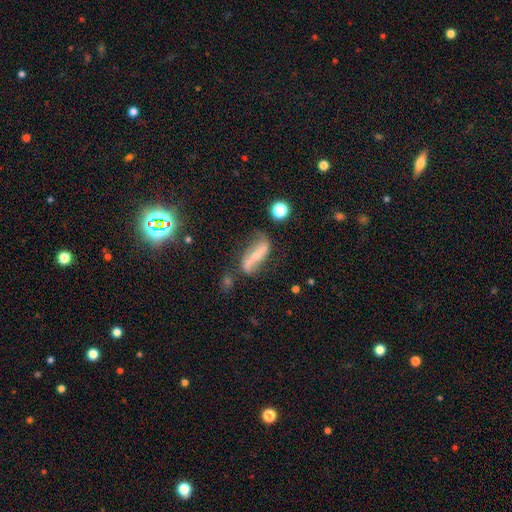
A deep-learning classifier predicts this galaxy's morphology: Smooth or featured? Predicted: featured or disk (p=0.70). Edge-on disk? Predicted: no (p=0.80). Bar? Predicted: strong (p=0.59). Spiral arms? Predicted: yes (p=0.81). Bulge size? Predicted: small (p=0.59). Merging? Predicted: none (p=0.62).